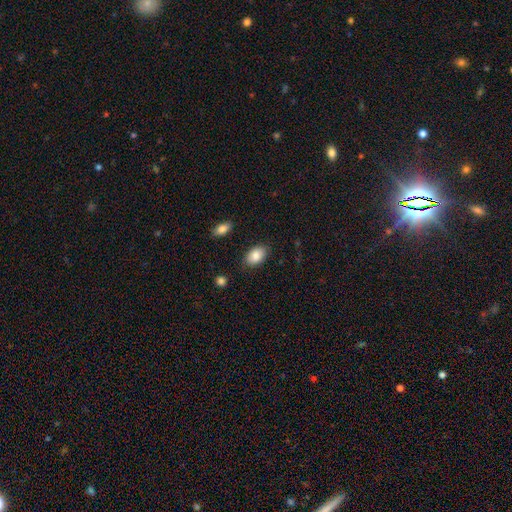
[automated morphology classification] type=smooth (85%); roundness=in between (90%); merging=none (83%).